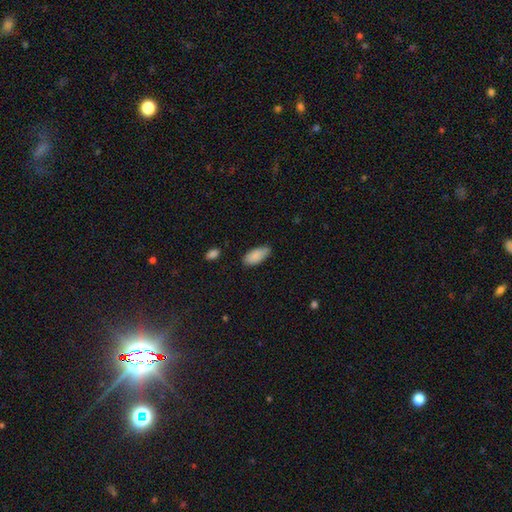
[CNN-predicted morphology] This appears to be a smooth galaxy with no disk features (89%) that is in between round and cigar-shaped (90%). Merging: none (76%).